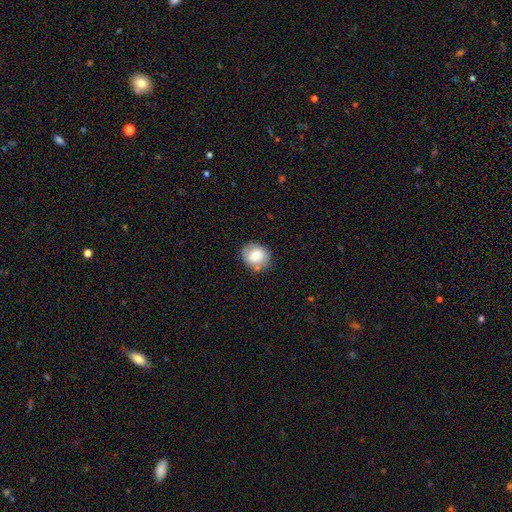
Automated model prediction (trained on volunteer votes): Overall: smooth (70%). How rounded: round (74%). Merging: none (72%).